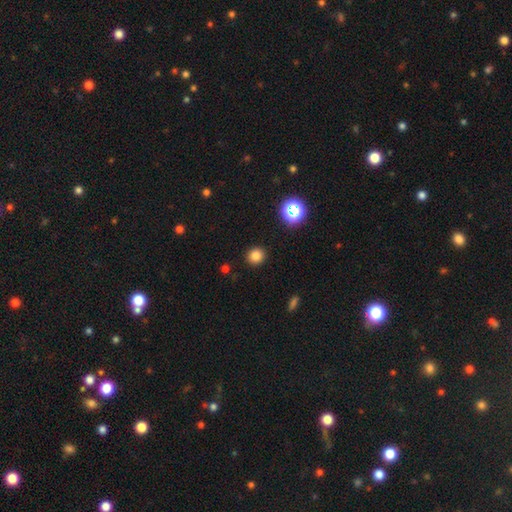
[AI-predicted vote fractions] Overall: smooth (80%). How rounded: round (87%). Merging: none (91%).